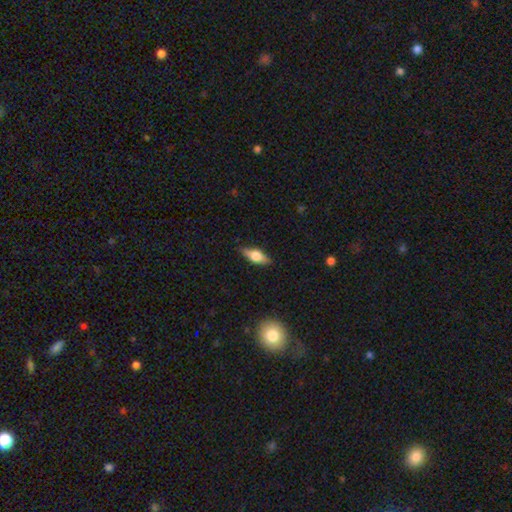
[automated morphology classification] Overall: smooth (49%; featured or disk 43%). Merging: none (86%).